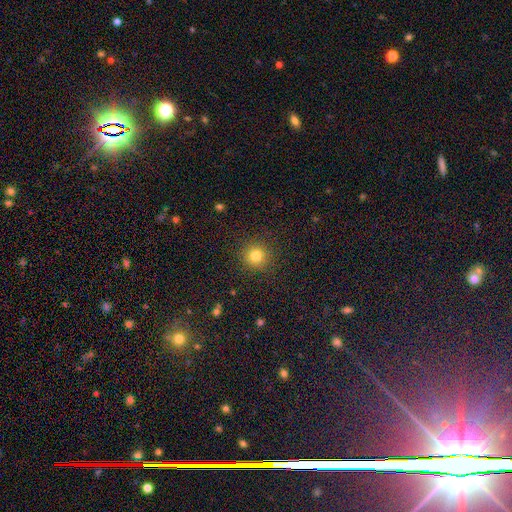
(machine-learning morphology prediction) smooth_or_featured: smooth (p=0.80) [alt: star or artifact p=0.14]
how_rounded: round (p=0.95) [alt: in between p=0.04]
merging: none (p=0.90) [alt: minor disturbance p=0.06]